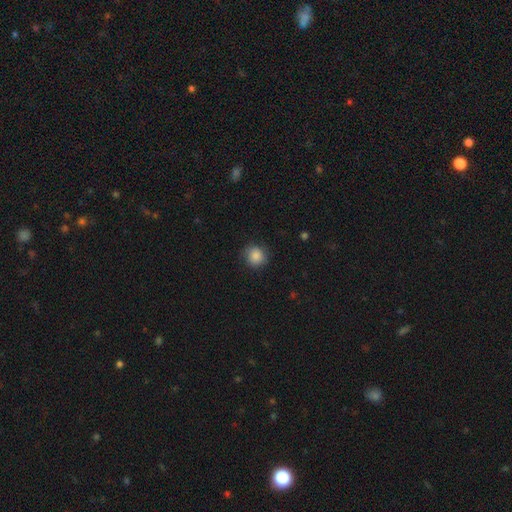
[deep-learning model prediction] Smooth or featured? smooth (86%)
How rounded? round (90%)
Merging? none (80%)